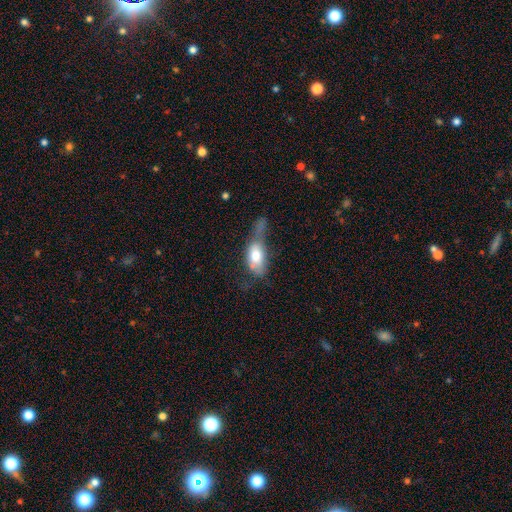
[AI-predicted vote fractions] Morphology: type=smooth (69%); roundness=in between (86%); merging=major disturbance (42%).